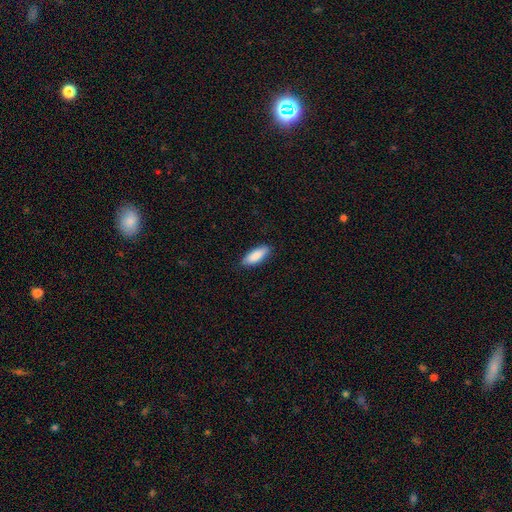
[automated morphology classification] This appears to be a smooth galaxy with no disk features (87%) that is in between round and cigar-shaped (69%). Merging: none (86%).